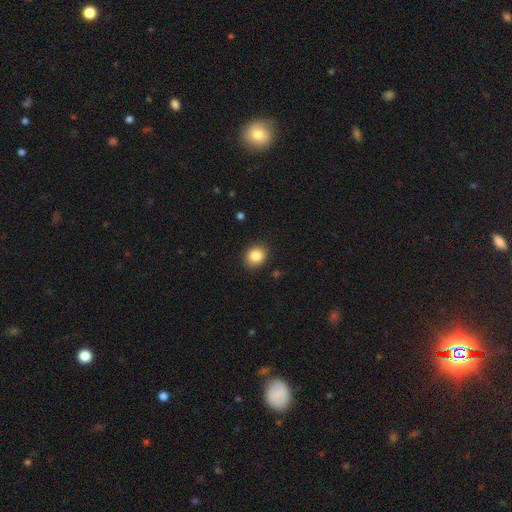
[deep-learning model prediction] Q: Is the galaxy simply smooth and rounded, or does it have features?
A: smooth — 86%.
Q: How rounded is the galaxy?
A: round — 66%.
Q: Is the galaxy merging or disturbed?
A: none — 88%.